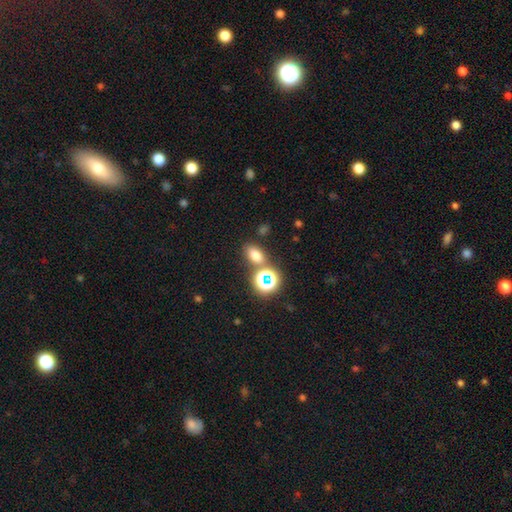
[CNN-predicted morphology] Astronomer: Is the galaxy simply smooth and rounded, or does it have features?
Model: smooth — 69%.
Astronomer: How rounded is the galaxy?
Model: in between — 75%.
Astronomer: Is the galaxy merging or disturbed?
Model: none — 73%.